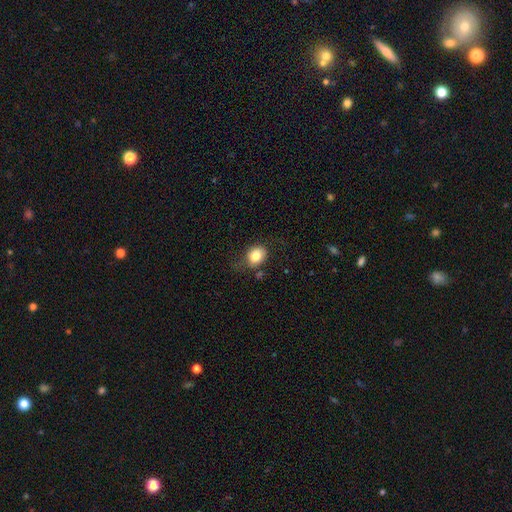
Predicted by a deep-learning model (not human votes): The model was most divided on "how rounded": round: 56%, in between: 43%, cigar-shaped: 1%. More confident: smooth or featured — smooth (81%); merging — none (68%).